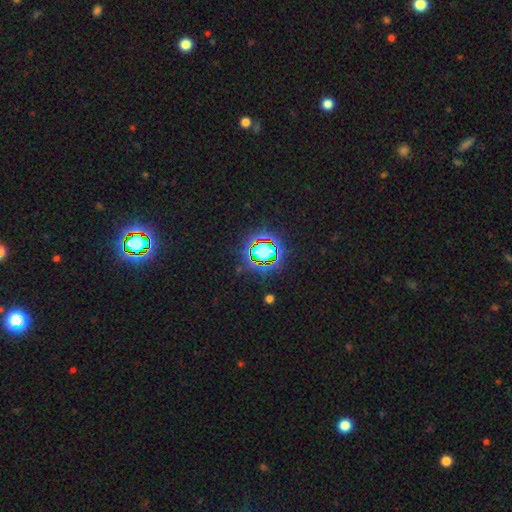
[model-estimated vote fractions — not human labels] Smooth or featured? star or artifact (78%)